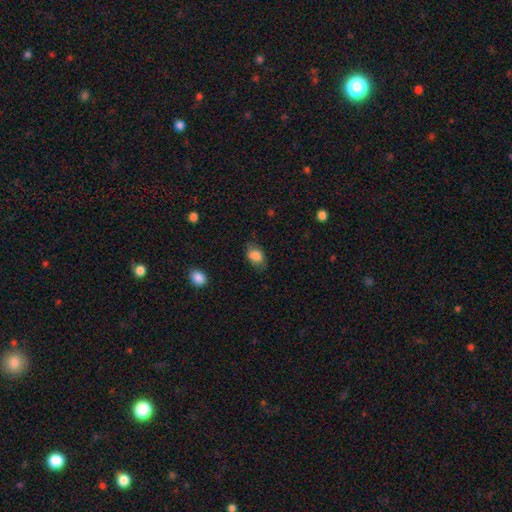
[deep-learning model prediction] Overall: smooth (81%). How rounded: in between (79%). Merging: none (68%).